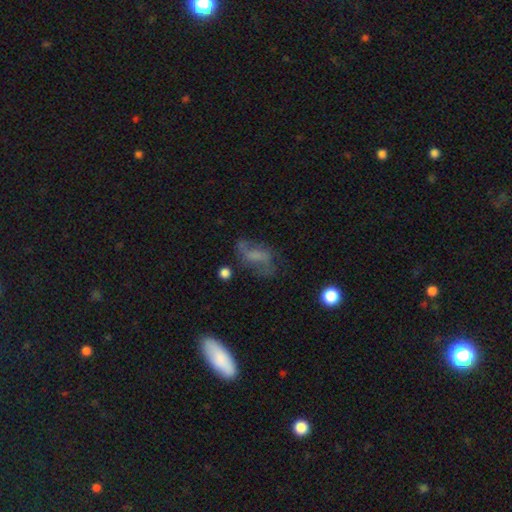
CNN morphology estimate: type=featured or disk (48%); merging=none (48%).